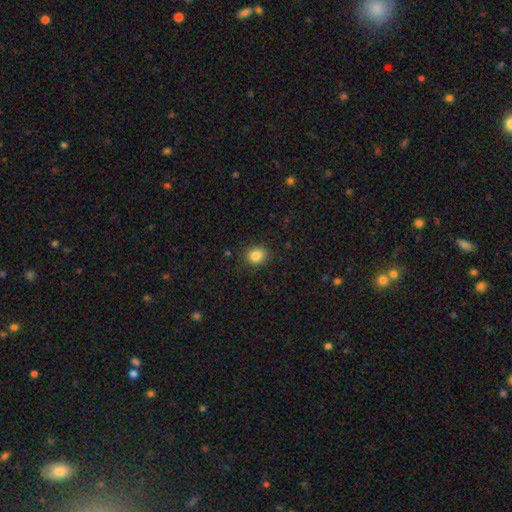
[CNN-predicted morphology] Smooth or featured: smooth — 85% (star or artifact — 10%)
How rounded: round — 69% (in between — 30%)
Merging: none — 88% (minor disturbance — 9%)